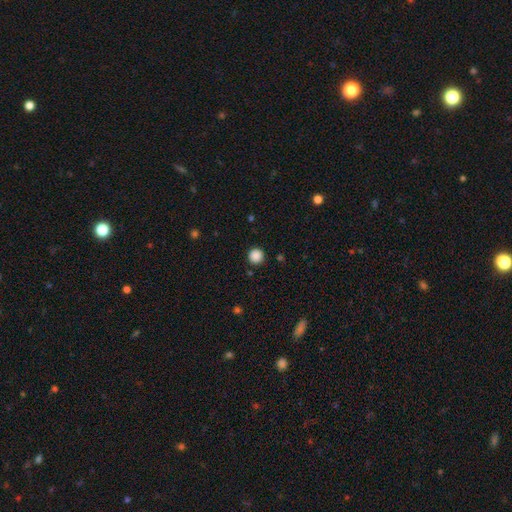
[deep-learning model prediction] Morphology: type=smooth (87%); roundness=round (96%); merging=none (92%).